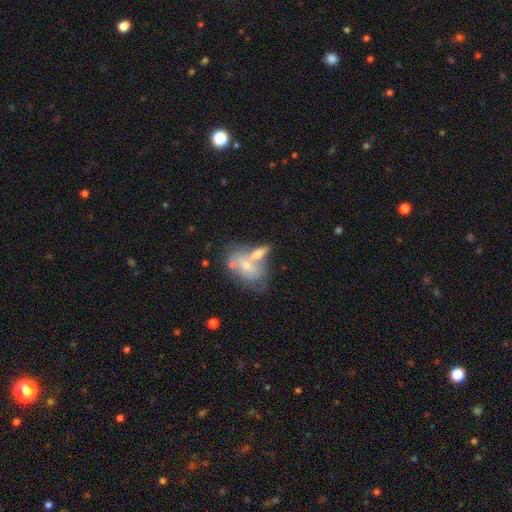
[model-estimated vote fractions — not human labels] Smooth or featured?
  - smooth: 47% *
  - featured or disk: 43%
  - star or artifact: 10%
Merging?
  - merger: 50% *
  - none: 29%
  - minor disturbance: 14%
  - major disturbance: 8%